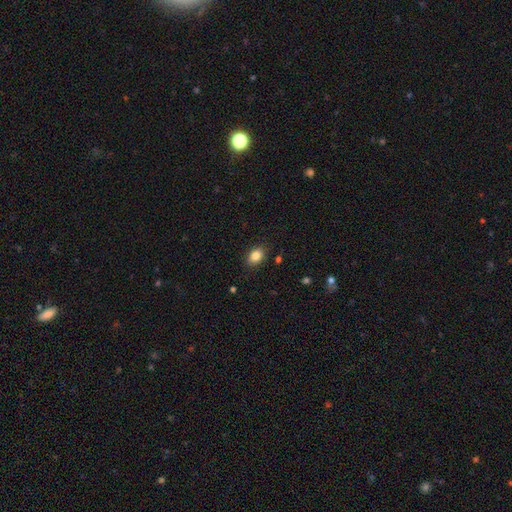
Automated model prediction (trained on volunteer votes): Smooth or featured: smooth — 85% (star or artifact — 9%)
How rounded: in between — 77% (round — 21%)
Merging: none — 87% (minor disturbance — 9%)